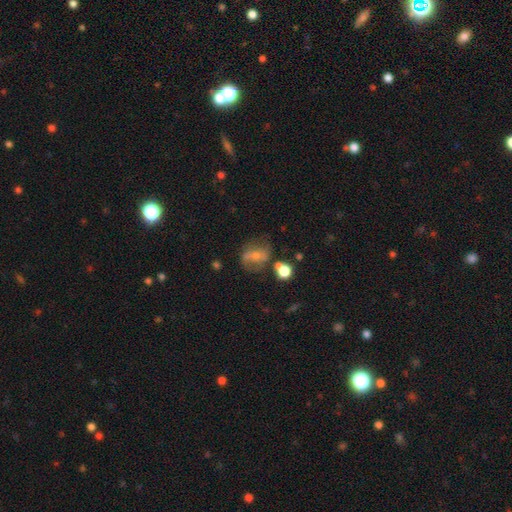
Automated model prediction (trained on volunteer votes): A featured or disk galaxy (48%). Merging: none (50%).